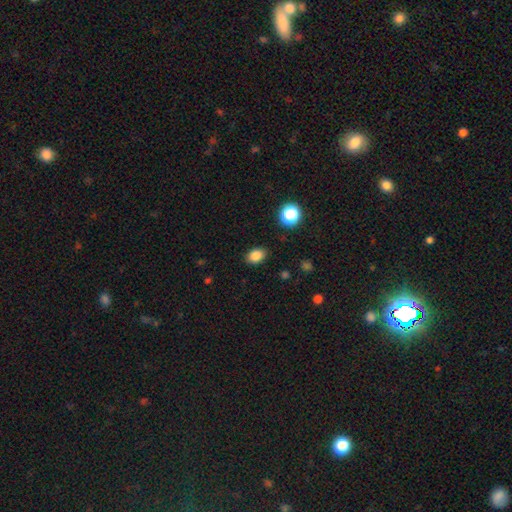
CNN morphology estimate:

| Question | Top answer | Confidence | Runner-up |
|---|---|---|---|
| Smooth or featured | smooth | 84% | star or artifact (11%) |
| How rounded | in between | 76% | round (23%) |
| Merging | none | 86% | minor disturbance (9%) |